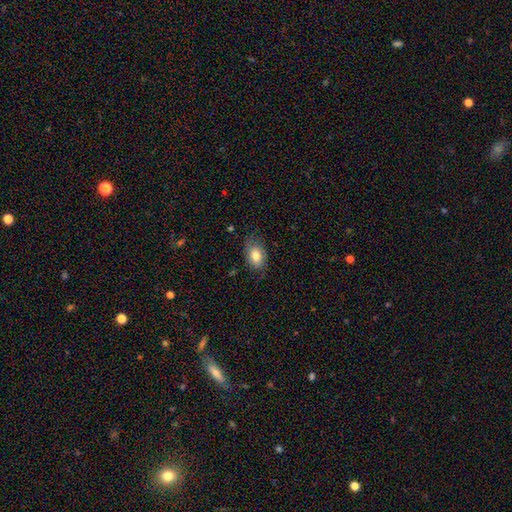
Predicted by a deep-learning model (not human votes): Morphology: type=smooth (76%); roundness=in between (84%); merging=none (69%).